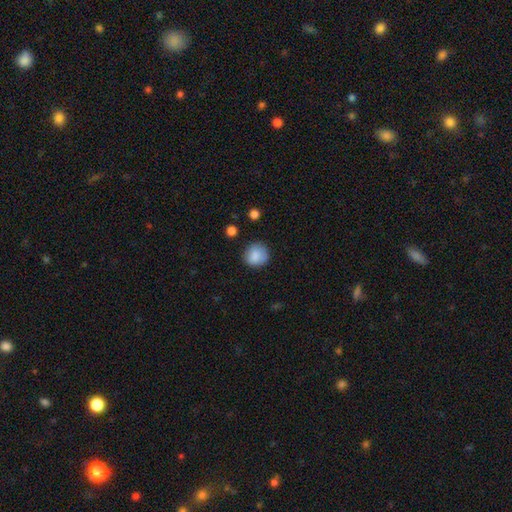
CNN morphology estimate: Smooth or featured?
  - smooth: 86% *
  - star or artifact: 8%
  - featured or disk: 6%
How rounded?
  - round: 88% *
  - in between: 11%
  - cigar-shaped: 1%
Merging?
  - none: 81% *
  - minor disturbance: 14%
  - major disturbance: 3%
  - merger: 2%